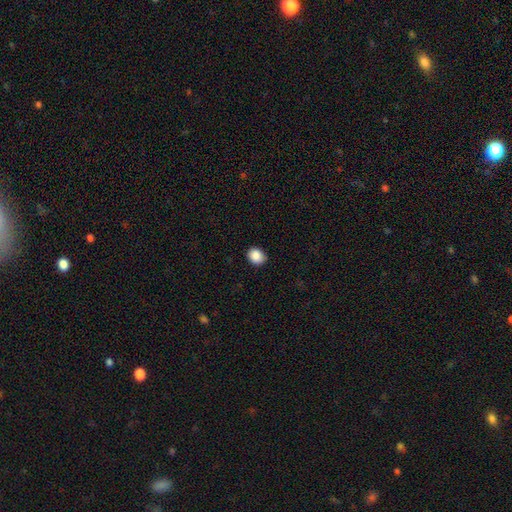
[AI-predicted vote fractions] Smooth or featured? Predicted: smooth (p=0.88). How rounded? Predicted: round (p=0.56). Merging? Predicted: none (p=0.88).